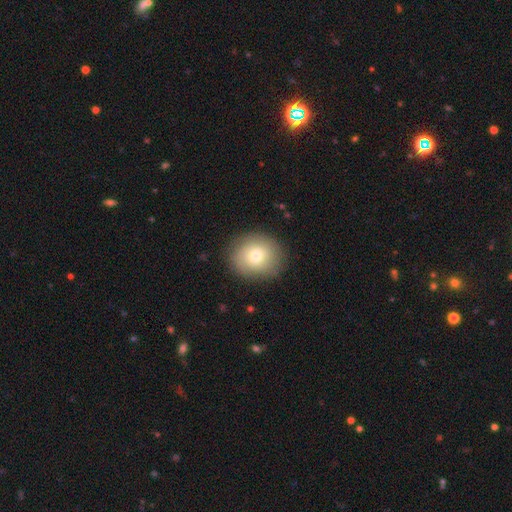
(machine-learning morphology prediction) Q: Smooth or featured?
A: smooth (72%); runner-up: featured or disk (19%)
Q: How rounded?
A: round (80%); runner-up: in between (19%)
Q: Merging?
A: none (86%); runner-up: minor disturbance (10%)